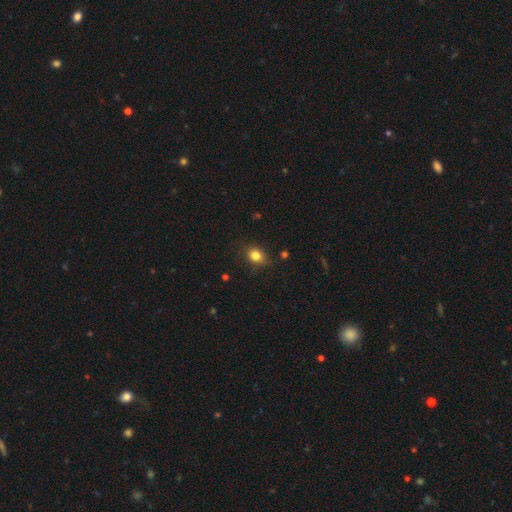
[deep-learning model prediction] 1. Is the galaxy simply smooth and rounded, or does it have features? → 83% smooth, 12% star or artifact, 6% featured or disk.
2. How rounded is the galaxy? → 59% round, 40% in between, 1% cigar-shaped.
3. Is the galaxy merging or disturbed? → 81% none, 14% minor disturbance, 3% major disturbance, 1% merger.